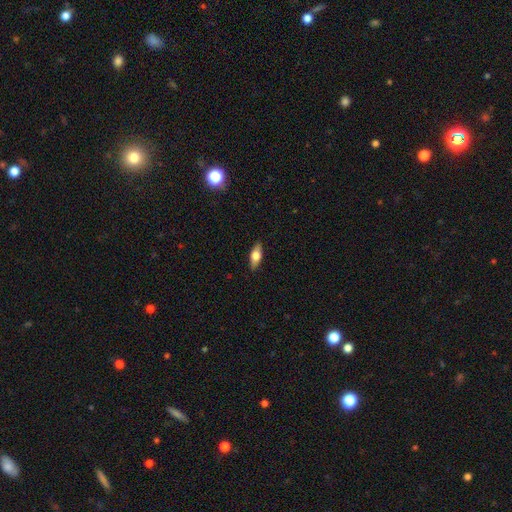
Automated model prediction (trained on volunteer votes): Smooth or featured?
  - smooth: 62% *
  - featured or disk: 31%
  - star or artifact: 7%
How rounded?
  - in between: 72% *
  - cigar-shaped: 25%
  - round: 4%
Merging?
  - none: 88% *
  - minor disturbance: 9%
  - major disturbance: 2%
  - merger: 1%